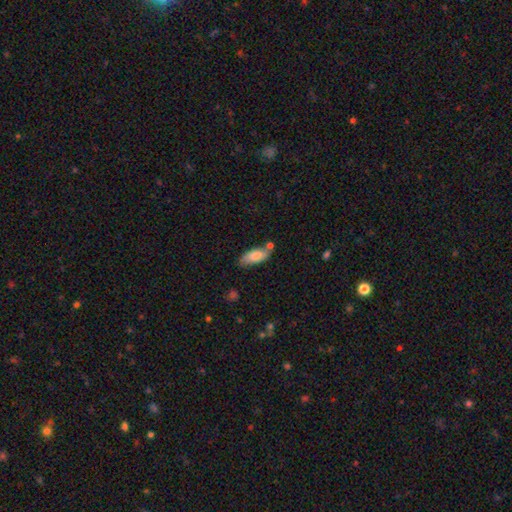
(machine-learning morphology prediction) A smooth galaxy with no disk features (80%) that is in between round and cigar-shaped (78%). Merging: none (58%).